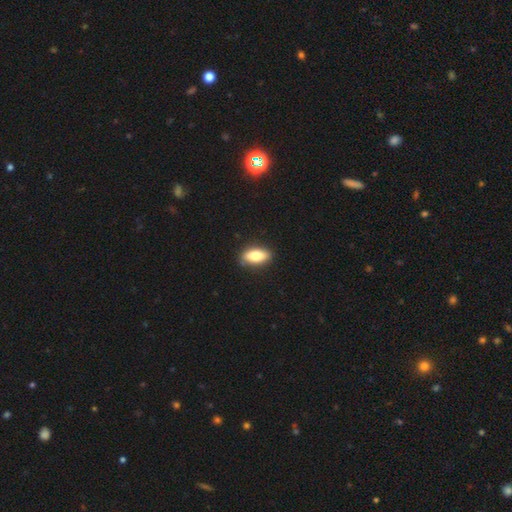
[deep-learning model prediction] This is likely a smooth galaxy (77%). How rounded: clearly in between (84%). Merging: clearly none (87%).